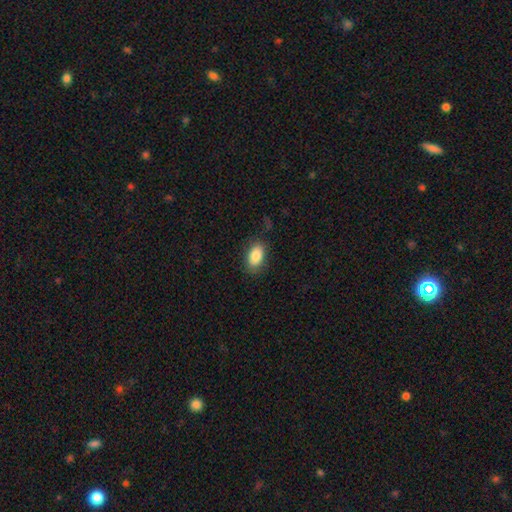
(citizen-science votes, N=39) Smooth or featured?
  - smooth: 85% *
  - featured or disk: 8%
  - star or artifact: 8%
How rounded?
  - in between: 88% *
  - round: 9%
  - cigar-shaped: 3%
Merging?
  - none: 67% *
  - minor disturbance: 22%
  - major disturbance: 8%
  - merger: 3%